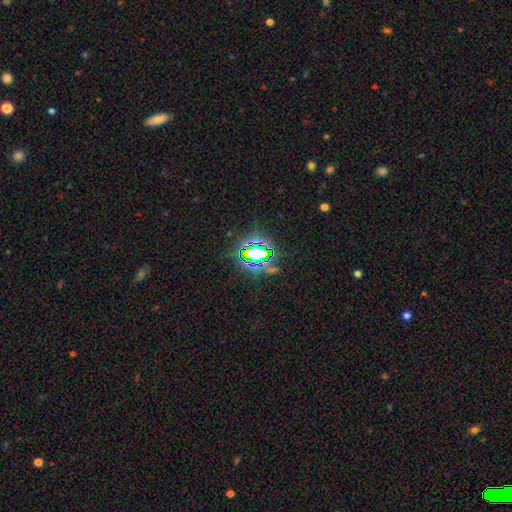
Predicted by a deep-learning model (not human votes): This is likely a star or artifact rather than a galaxy (70%).